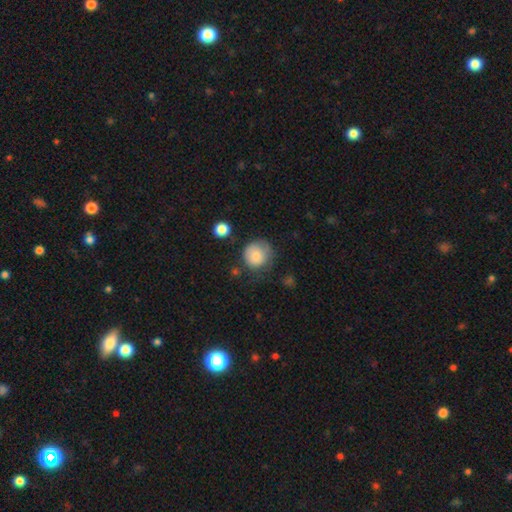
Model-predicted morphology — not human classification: Overall: smooth (82%). How rounded: round (88%). Merging: none (58%; minor disturbance 26%).